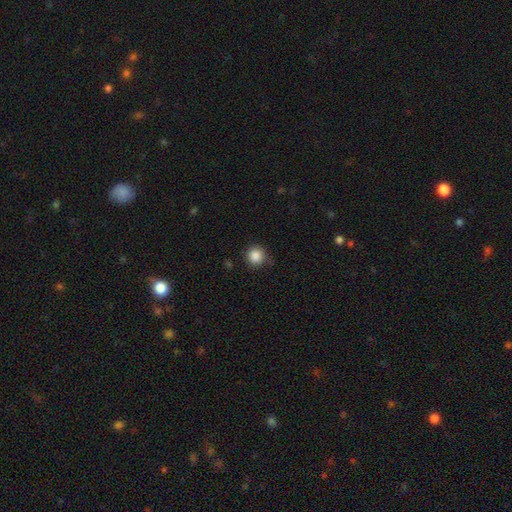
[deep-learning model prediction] Smooth or featured: smooth — 86% (star or artifact — 10%)
How rounded: round — 95% (in between — 4%)
Merging: none — 82% (minor disturbance — 13%)